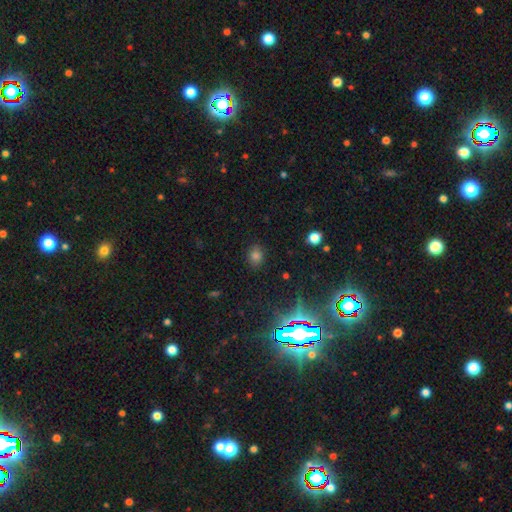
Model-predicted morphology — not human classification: Smooth or featured? smooth (70%)
How rounded? round (50%)
Merging? none (85%)